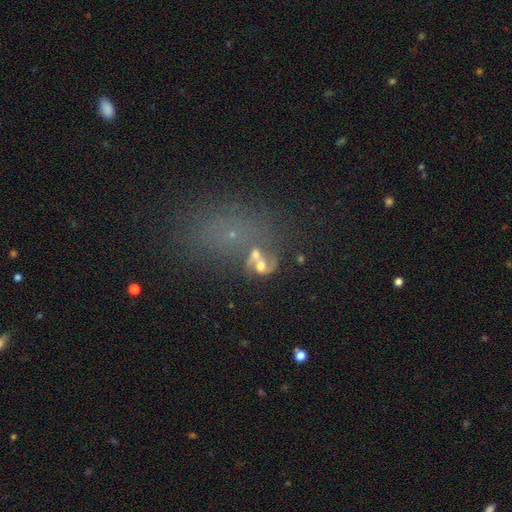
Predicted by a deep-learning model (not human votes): The model was most divided on "smooth or featured": smooth: 48%, star or artifact: 39%, featured or disk: 13%. More confident: merging — none (63%).